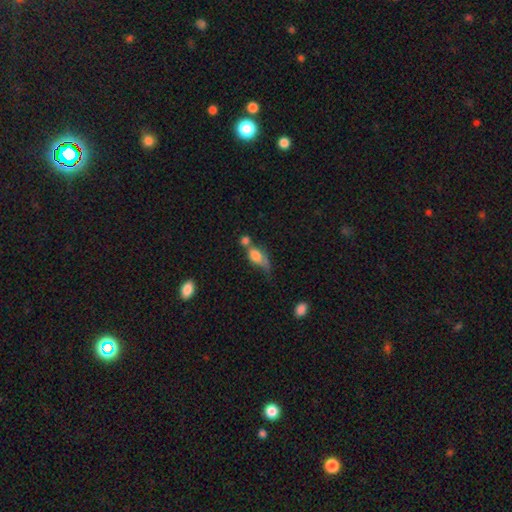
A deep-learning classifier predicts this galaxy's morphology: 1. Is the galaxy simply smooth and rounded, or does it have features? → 70% smooth, 21% featured or disk, 9% star or artifact.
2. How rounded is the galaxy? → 70% in between, 18% round, 12% cigar-shaped.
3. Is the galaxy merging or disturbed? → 40% merger, 21% none, 19% minor disturbance, 19% major disturbance.